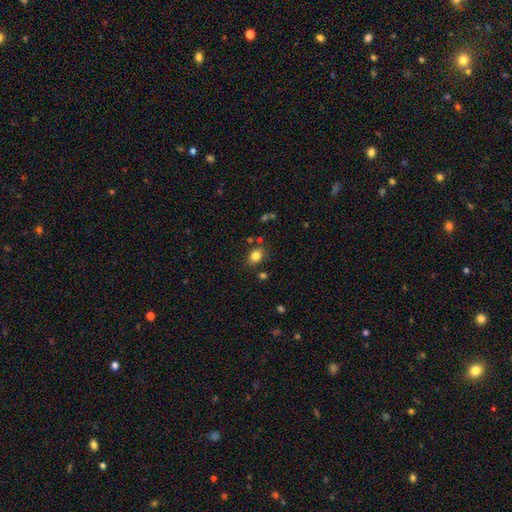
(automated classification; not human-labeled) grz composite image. It shows a smooth galaxy with no disk features (82%) that is in between round and cigar-shaped (51%). Merging: none (78%).